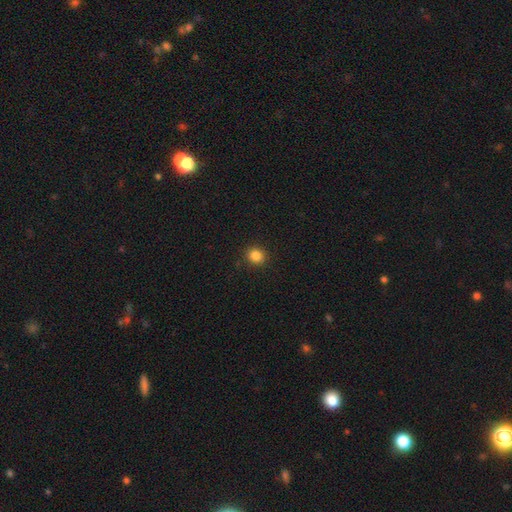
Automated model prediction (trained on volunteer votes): Morphology: type=smooth (85%); roundness=round (85%); merging=none (92%).